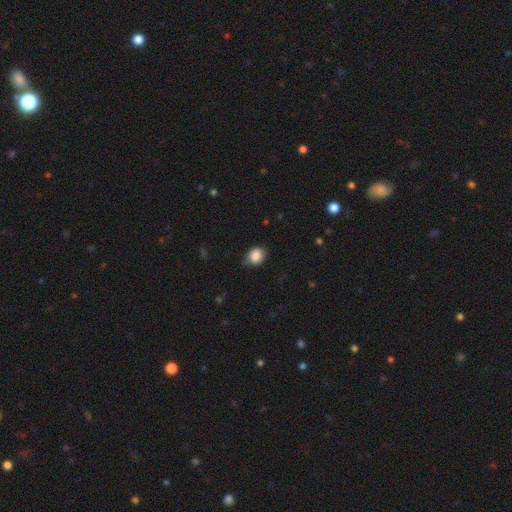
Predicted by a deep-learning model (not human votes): Morphology: type=smooth (86%); roundness=round (55%); merging=none (73%).